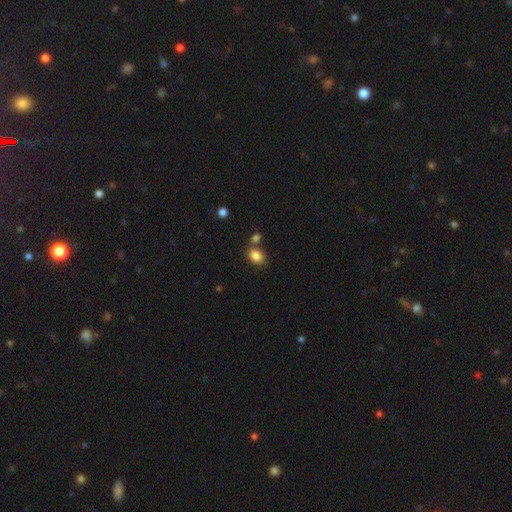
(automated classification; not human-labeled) Q: Smooth or featured?
A: smooth (84%); runner-up: star or artifact (10%)
Q: How rounded?
A: in between (62%); runner-up: round (36%)
Q: Merging?
A: none (66%); runner-up: merger (17%)